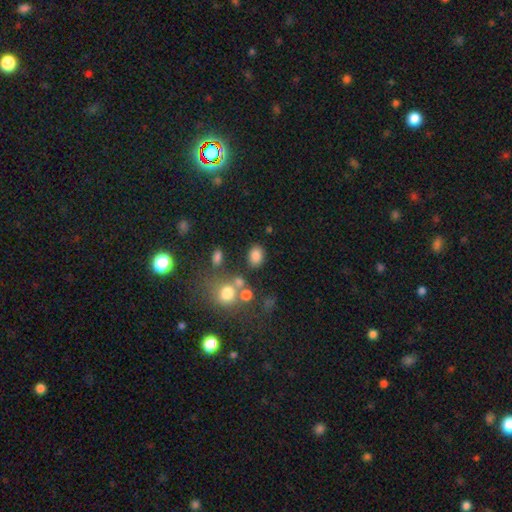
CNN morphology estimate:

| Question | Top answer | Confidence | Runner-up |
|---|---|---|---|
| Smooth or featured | smooth | 81% | star or artifact (13%) |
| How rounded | in between | 64% | round (35%) |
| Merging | none | 74% | minor disturbance (12%) |